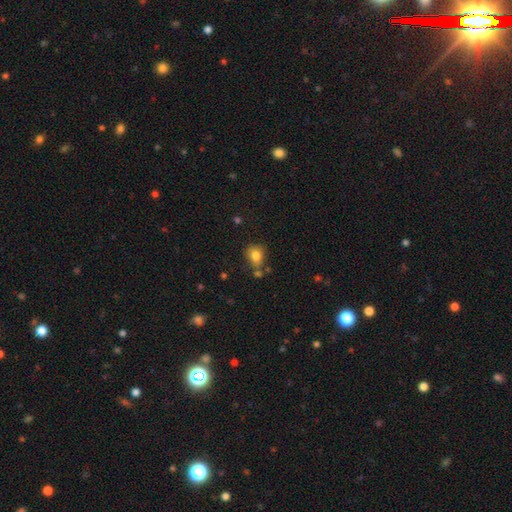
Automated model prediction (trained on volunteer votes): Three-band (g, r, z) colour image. It shows a smooth galaxy with no disk features (80%) that is round (61%). Merging: none (63%).